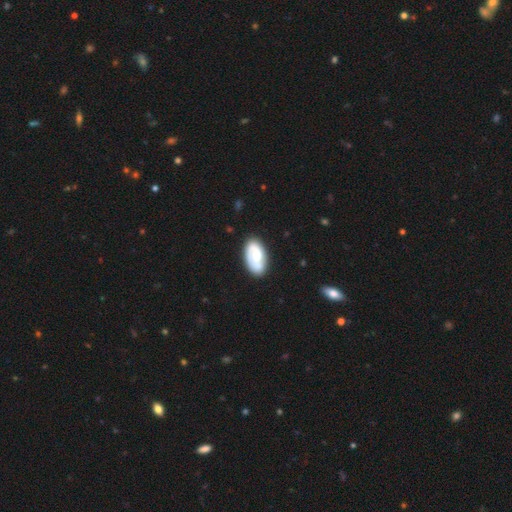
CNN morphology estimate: Smooth or featured: featured or disk — 51% (smooth — 44%)
Edge-on disk: no — 94% (yes — 6%)
Merging: none — 76% (minor disturbance — 16%)